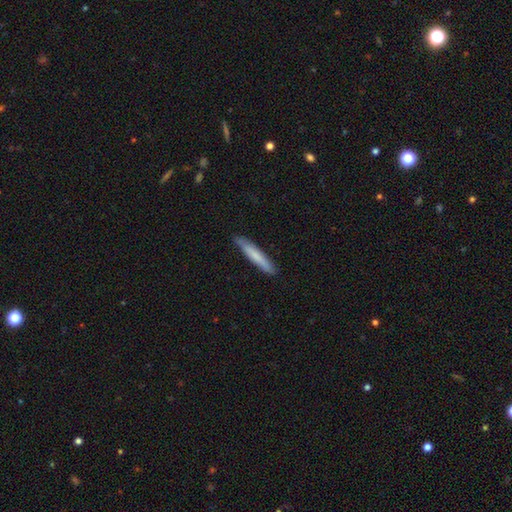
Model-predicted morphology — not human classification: A smooth galaxy with no disk features (73%) that is cigar-shaped (94%).

Vote fractions:
- Smooth or featured? smooth: 73% / featured or disk: 22% / star or artifact: 5%
- How rounded? cigar-shaped: 94% / in between: 5% / round: 1%
- Merging? none: 85% / minor disturbance: 12% / major disturbance: 2% / merger: 1%